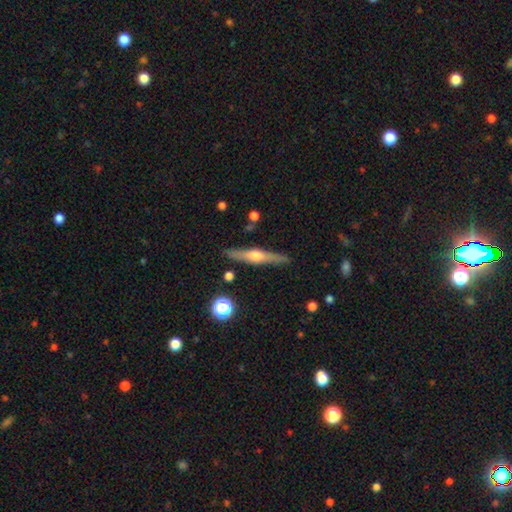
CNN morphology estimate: smooth-or-featured: featured or disk: 70% | smooth: 24% | star or artifact: 6%
  disk-edge-on: yes: 97% | no: 3%
    edge-on-bulge: rounded: 90% | boxy: 6% | none: 4%
  merging: none: 89% | minor disturbance: 8% | major disturbance: 2% | merger: 2%